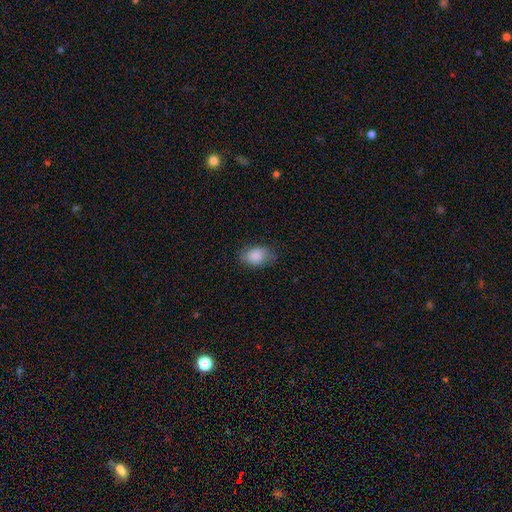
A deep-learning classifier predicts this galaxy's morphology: A smooth galaxy with no disk features (87%) that is in between round and cigar-shaped (81%).

Vote fractions:
- Smooth or featured? smooth: 87% / star or artifact: 7% / featured or disk: 6%
- How rounded? in between: 81% / round: 18% / cigar-shaped: 1%
- Merging? none: 74% / minor disturbance: 19% / major disturbance: 5% / merger: 1%